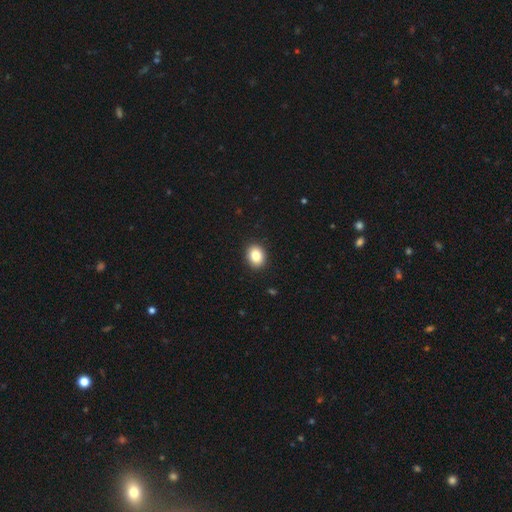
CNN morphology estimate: A smooth galaxy with no disk features (87%) that is in between round and cigar-shaped (57%). Merging: none (91%).